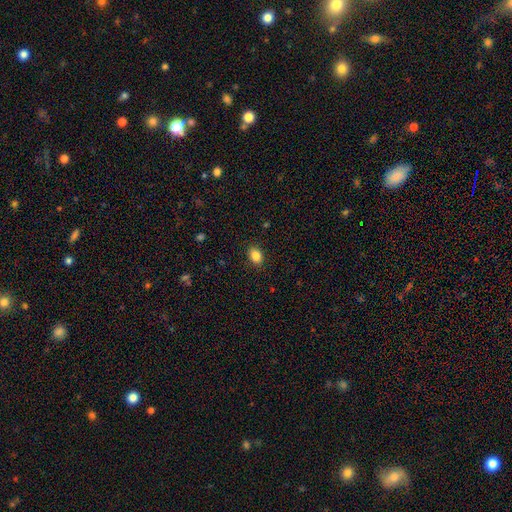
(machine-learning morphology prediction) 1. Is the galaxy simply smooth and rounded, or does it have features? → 85% smooth, 9% star or artifact, 5% featured or disk.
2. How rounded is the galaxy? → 73% in between, 26% round, 1% cigar-shaped.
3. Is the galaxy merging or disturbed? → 88% none, 8% minor disturbance, 2% major disturbance, 1% merger.